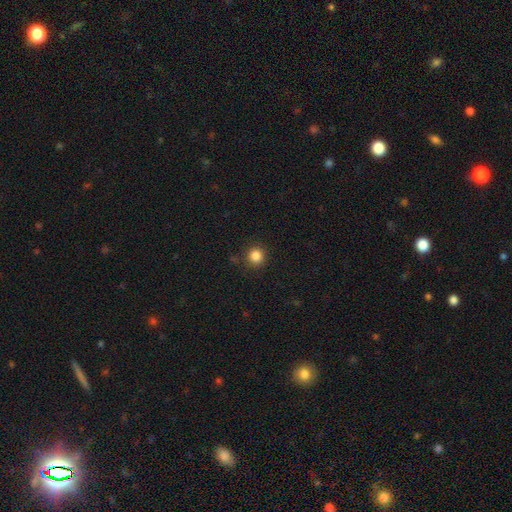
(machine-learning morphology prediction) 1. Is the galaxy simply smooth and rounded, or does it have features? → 85% smooth, 11% star or artifact, 4% featured or disk.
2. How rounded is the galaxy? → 93% round, 7% in between, 1% cigar-shaped.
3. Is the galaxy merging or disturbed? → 88% none, 8% minor disturbance, 3% major disturbance, 2% merger.